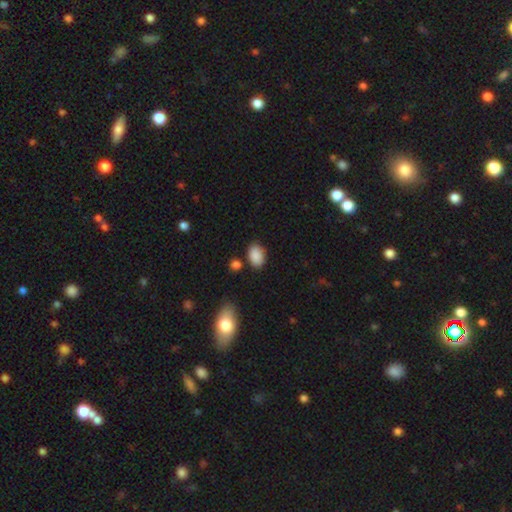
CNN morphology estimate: Overall: smooth (88%). How rounded: in between (84%). Merging: none (79%).